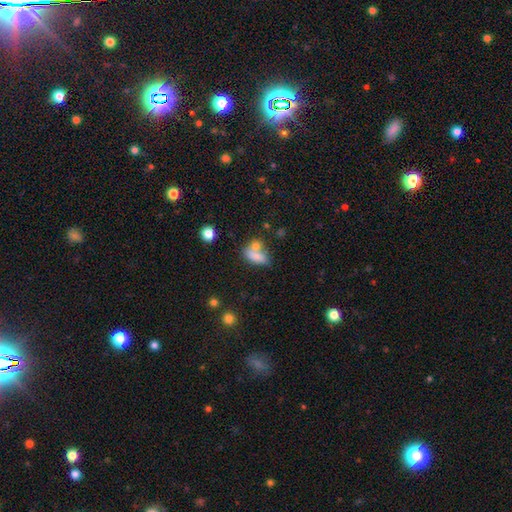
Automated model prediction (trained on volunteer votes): Smooth or featured? Predicted: smooth (p=0.74). How rounded? Predicted: in between (p=0.80). Merging? Predicted: merger (p=0.45).